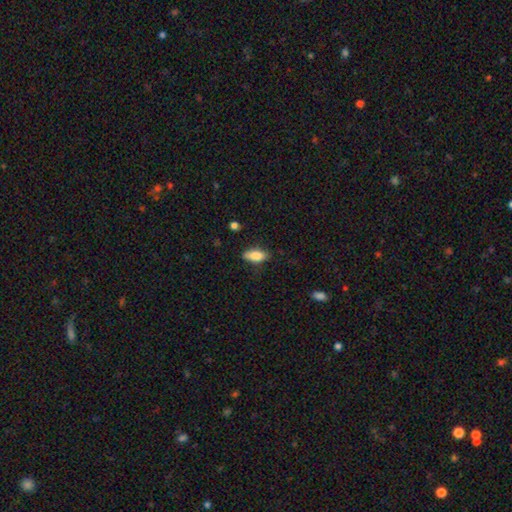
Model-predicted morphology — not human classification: smooth-or-featured: smooth: 79% | featured or disk: 14% | star or artifact: 7%
  how-rounded: in between: 81% | cigar-shaped: 16% | round: 3%
  merging: none: 78% | minor disturbance: 17% | major disturbance: 4% | merger: 1%